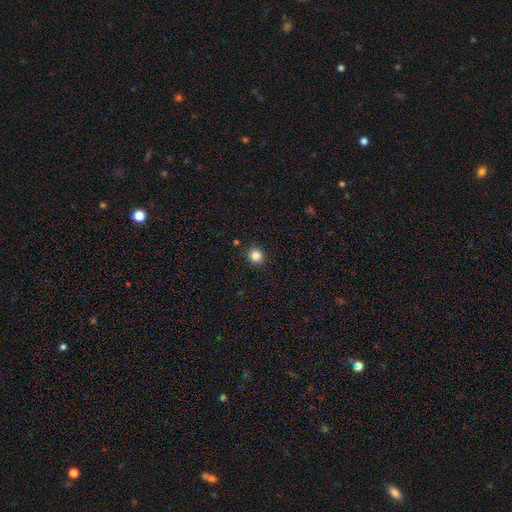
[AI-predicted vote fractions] A smooth galaxy with no disk features (84%) that is round (89%).

Vote fractions:
- Smooth or featured? smooth: 84% / star or artifact: 11% / featured or disk: 4%
- How rounded? round: 89% / in between: 10% / cigar-shaped: 1%
- Merging? none: 90% / minor disturbance: 6% / major disturbance: 2% / merger: 1%